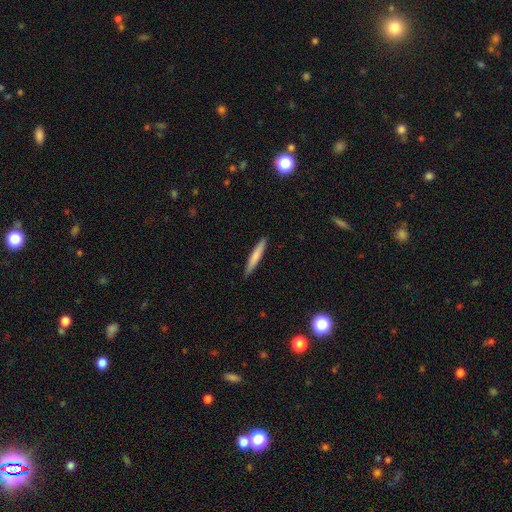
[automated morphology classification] A smooth galaxy with no disk features (75%) that is cigar-shaped (94%). Merging: none (90%).